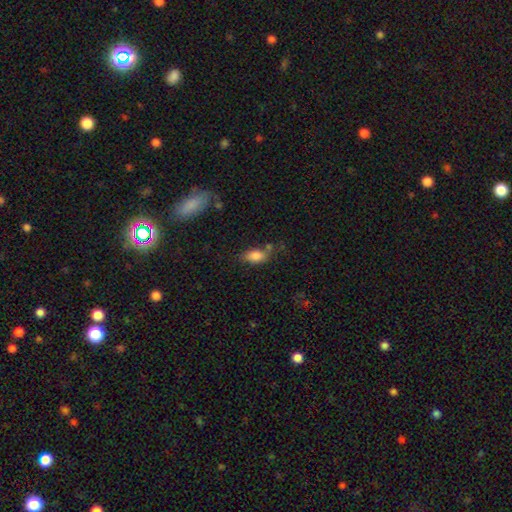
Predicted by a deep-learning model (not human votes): smooth-or-featured: smooth: 83% | featured or disk: 9% | star or artifact: 9%
  how-rounded: in between: 89% | round: 6% | cigar-shaped: 5%
  merging: none: 57% | minor disturbance: 23% | merger: 11% | major disturbance: 9%